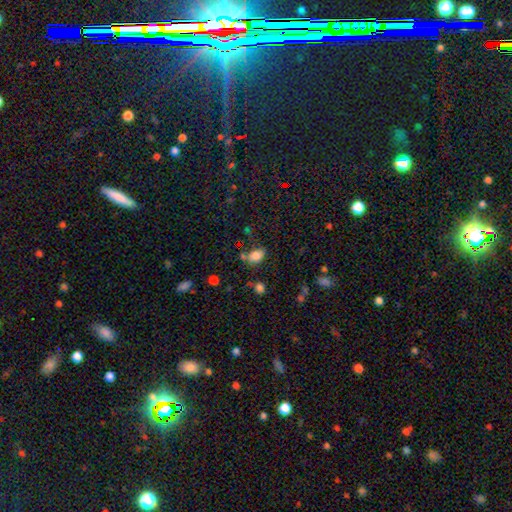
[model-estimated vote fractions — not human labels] Smooth or featured? Predicted: smooth (p=0.81). How rounded? Predicted: in between (p=0.83). Merging? Predicted: none (p=0.57).